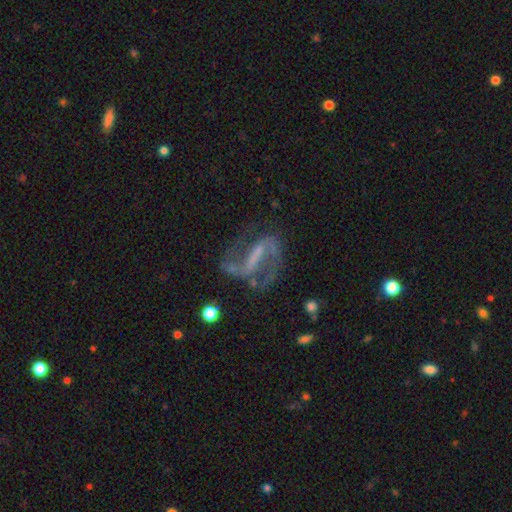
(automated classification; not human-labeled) Smooth or featured: featured or disk — 87% (star or artifact — 7%)
Edge-on disk: no — 96% (yes — 4%)
Bar: strong — 67% (weak — 24%)
Spiral arms: yes — 94% (no — 6%)
Spiral winding: medium — 50% (loose — 37%)
Spiral arm count: 2 — 91% (can't tell — 3%)
Bulge size: none — 50% (small — 34%)
Merging: none — 67% (minor disturbance — 16%)